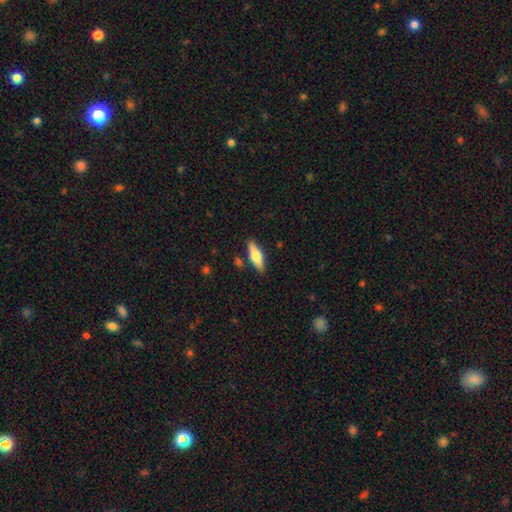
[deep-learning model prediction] Q: Smooth or featured?
A: smooth (56%); runner-up: featured or disk (37%)
Q: How rounded?
A: in between (50%); runner-up: cigar-shaped (47%)
Q: Merging?
A: none (84%); runner-up: minor disturbance (10%)